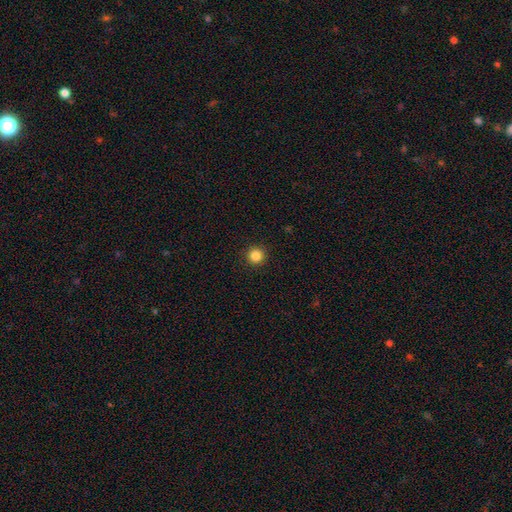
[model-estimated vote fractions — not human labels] This is clearly a smooth galaxy (85%). How rounded: clearly round (95%). Merging: clearly none (93%).